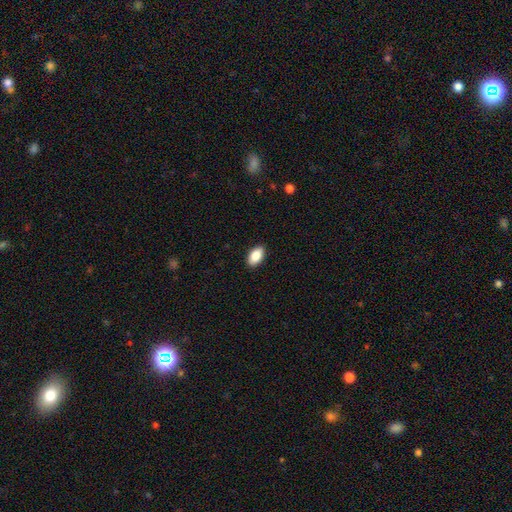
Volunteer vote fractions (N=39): Overall: smooth (85%). How rounded: in between (100%). Merging: none (89%).